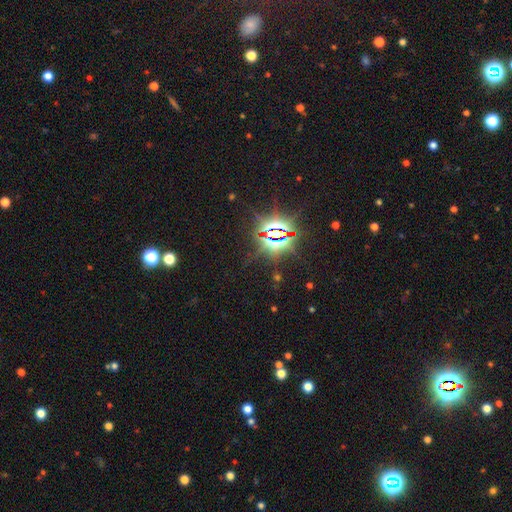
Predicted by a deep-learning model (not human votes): smooth-or-featured: star or artifact: 84% | smooth: 9% | featured or disk: 7%